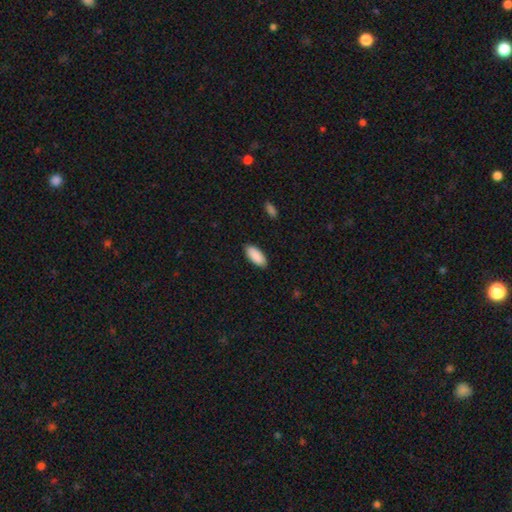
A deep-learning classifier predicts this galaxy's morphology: A smooth galaxy with no disk features (91%) that is in between round and cigar-shaped (86%). Merging: none (89%).